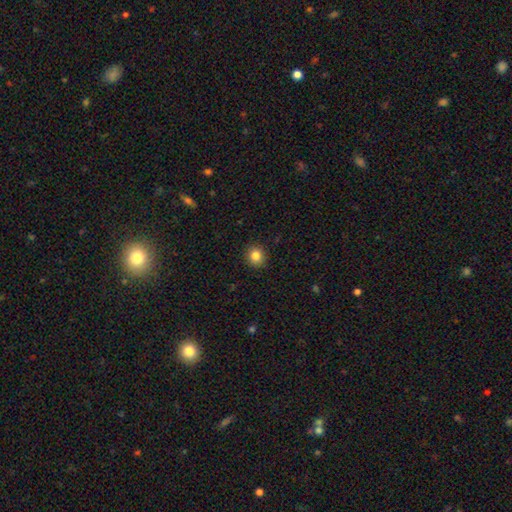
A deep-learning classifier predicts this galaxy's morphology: smooth 84%, star or artifact 11%, featured or disk 5%. Down the decision tree: how rounded — round (86%); merging — none (91%).